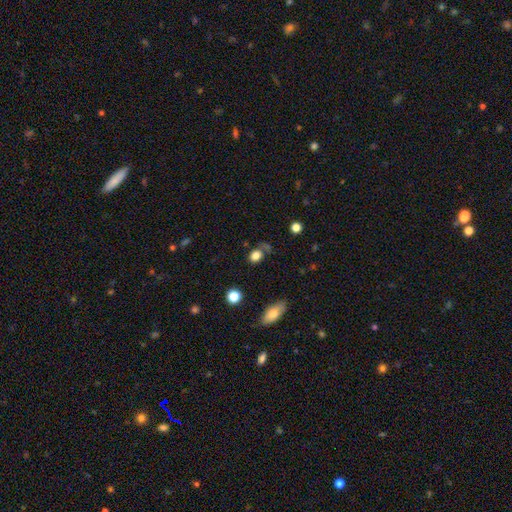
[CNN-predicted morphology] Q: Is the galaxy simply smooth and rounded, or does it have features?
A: smooth — 81%.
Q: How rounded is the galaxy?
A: round — 50%.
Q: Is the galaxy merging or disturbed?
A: none — 61%.